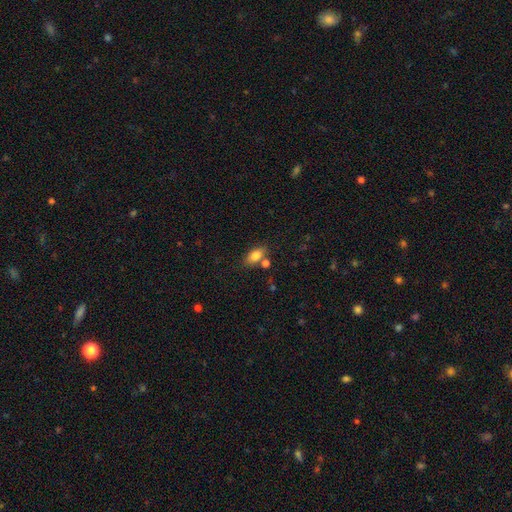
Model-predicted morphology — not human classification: Overall: smooth (80%). How rounded: in between (85%). Merging: none (67%).